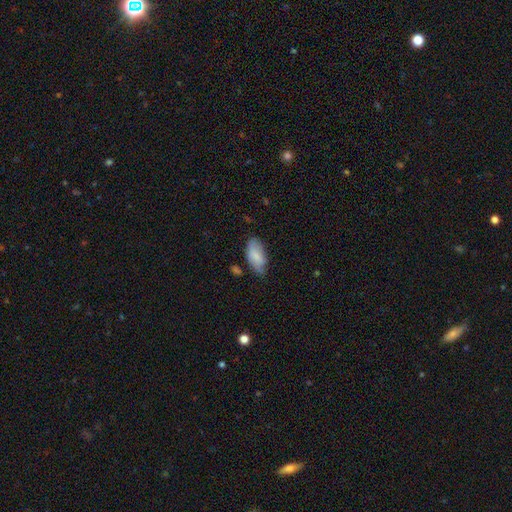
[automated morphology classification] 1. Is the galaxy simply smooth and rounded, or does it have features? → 78% smooth, 15% featured or disk, 7% star or artifact.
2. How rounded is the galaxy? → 92% in between, 6% cigar-shaped, 2% round.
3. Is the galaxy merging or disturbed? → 54% none, 35% minor disturbance, 8% major disturbance, 3% merger.